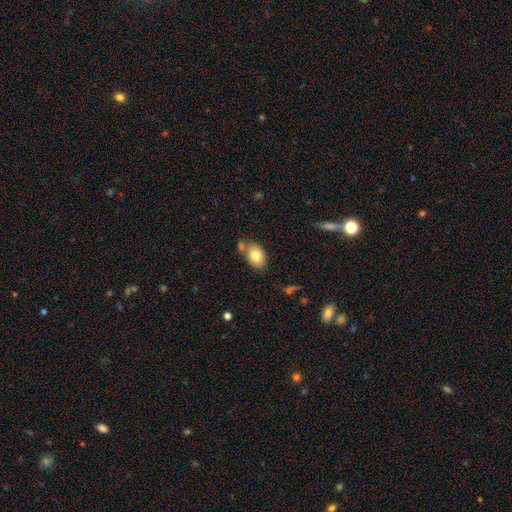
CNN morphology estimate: The model was most divided on "merging": none: 66%, minor disturbance: 16%, merger: 14%, major disturbance: 4%. More confident: how rounded — in between (82%); smooth or featured — smooth (79%).